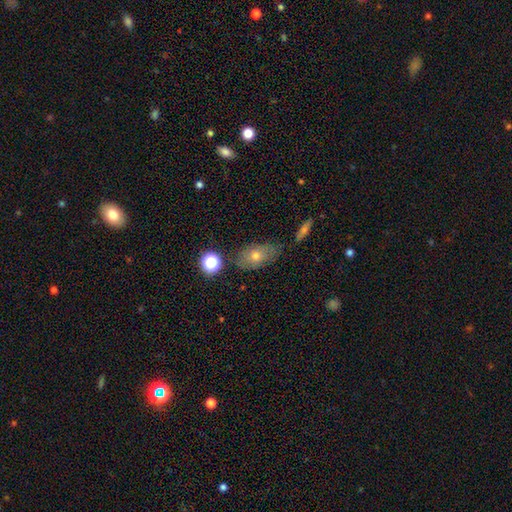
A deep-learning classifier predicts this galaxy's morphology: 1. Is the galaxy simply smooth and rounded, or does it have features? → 64% smooth, 23% featured or disk, 13% star or artifact.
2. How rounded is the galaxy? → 81% in between, 15% round, 4% cigar-shaped.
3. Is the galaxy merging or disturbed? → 69% none, 21% minor disturbance, 5% major disturbance, 5% merger.